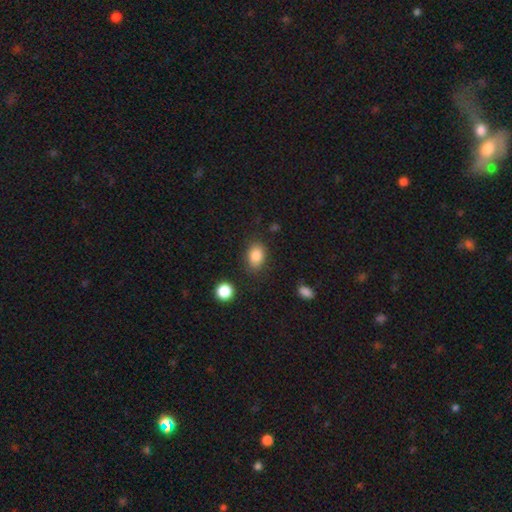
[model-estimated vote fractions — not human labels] Overall: smooth (85%). How rounded: in between (78%). Merging: none (81%).